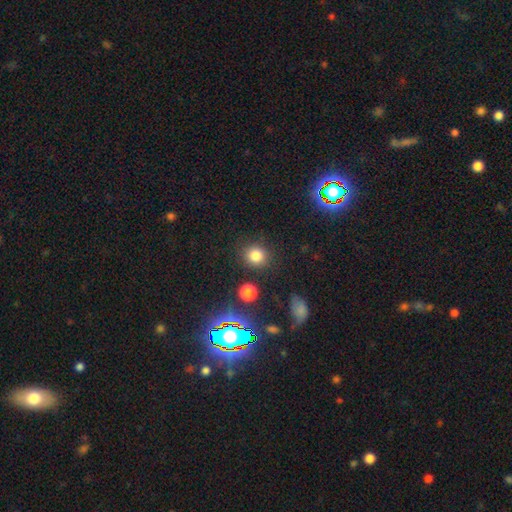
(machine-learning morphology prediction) This appears to be a smooth galaxy with no disk features (79%) that is round (83%). Merging: none (84%).